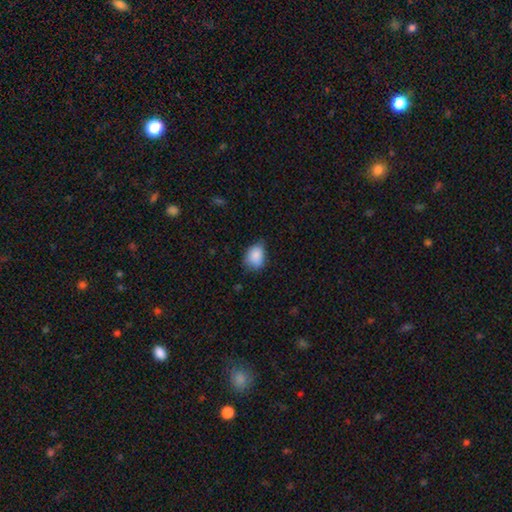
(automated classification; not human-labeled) smooth_or_featured: smooth (p=0.86) [alt: star or artifact p=0.08]
how_rounded: in between (p=0.69) [alt: round p=0.30]
merging: none (p=0.55) [alt: minor disturbance p=0.37]